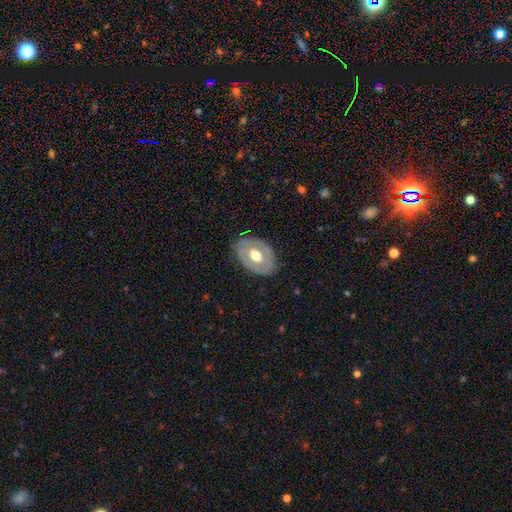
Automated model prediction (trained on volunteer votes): This appears to be a featured or disk galaxy (54%). Merging: none (80%).